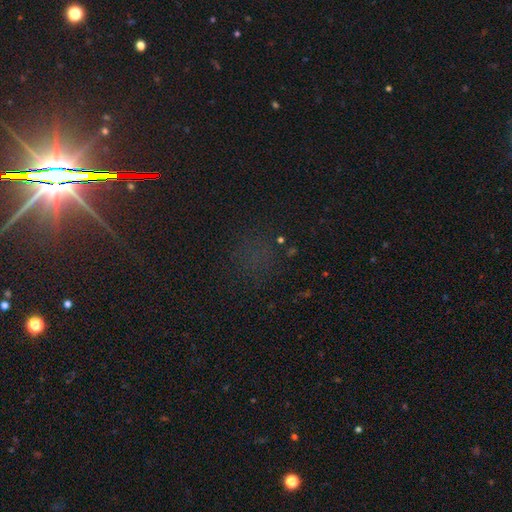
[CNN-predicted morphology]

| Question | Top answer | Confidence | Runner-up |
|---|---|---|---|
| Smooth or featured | star or artifact | 74% | smooth (15%) |